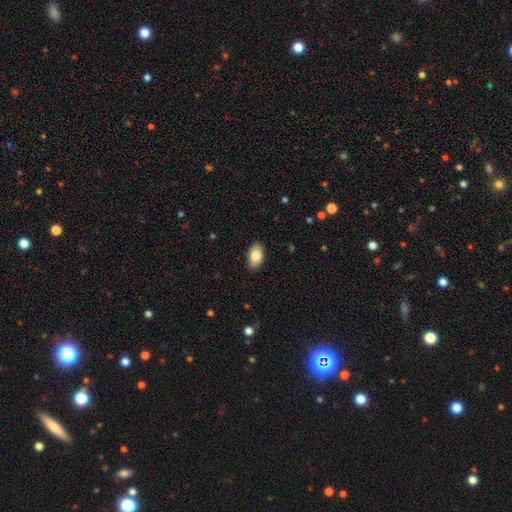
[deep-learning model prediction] A smooth galaxy with no disk features (81%) that is in between round and cigar-shaped (93%). Merging: none (89%).